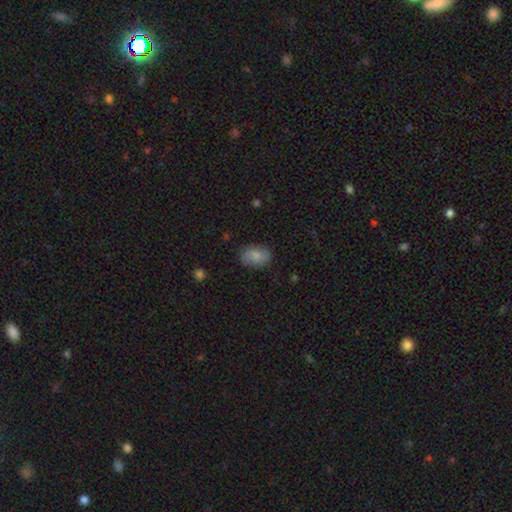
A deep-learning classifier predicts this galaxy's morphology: smooth 79%, featured or disk 14%, star or artifact 7%. Down the decision tree: how rounded — in between (80%); merging — none (81%).